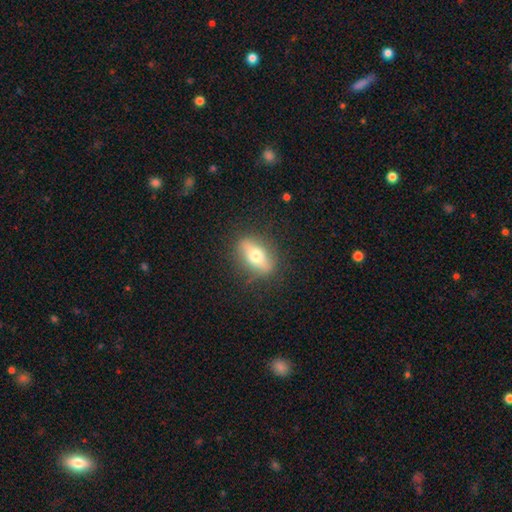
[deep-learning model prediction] Morphology: type=smooth (51%); roundness=in between (70%); merging=none (84%).